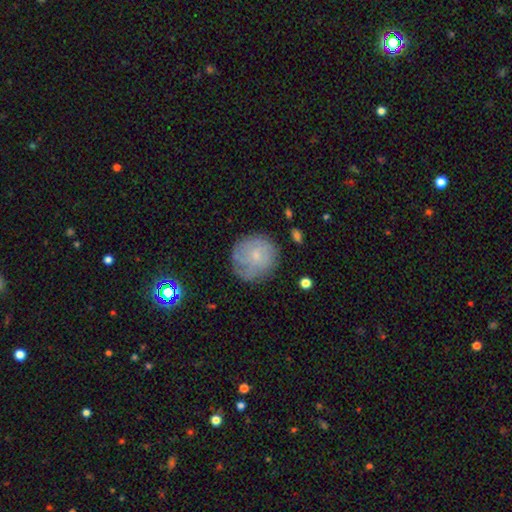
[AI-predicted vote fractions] Smooth or featured? Predicted: smooth (p=0.55). How rounded? Predicted: round (p=0.91). Merging? Predicted: none (p=0.70).